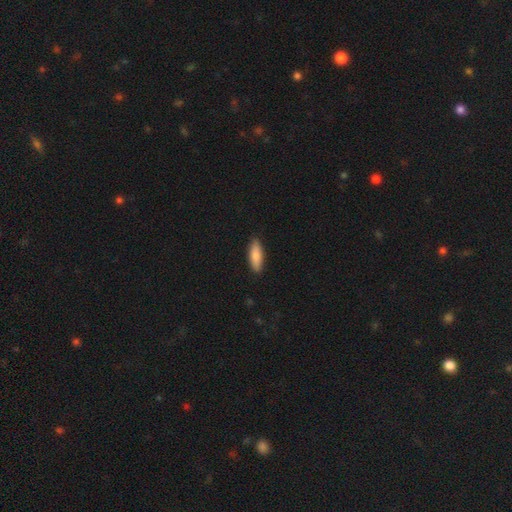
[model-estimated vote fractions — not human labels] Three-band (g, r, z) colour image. It shows a smooth galaxy with no disk features (84%) that is in between round and cigar-shaped (54%). Merging: none (88%).